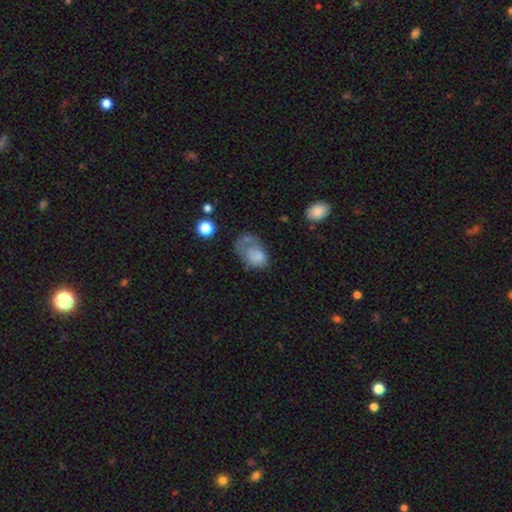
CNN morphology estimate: This appears to be a smooth galaxy with no disk features (64%) that is in between round and cigar-shaped (82%). Merging: major disturbance (39%).